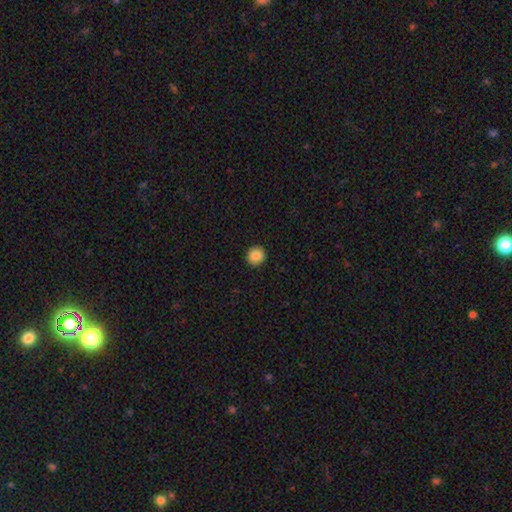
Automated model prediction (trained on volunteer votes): This is clearly a smooth galaxy (87%). How rounded: clearly round (93%). Merging: clearly none (93%).